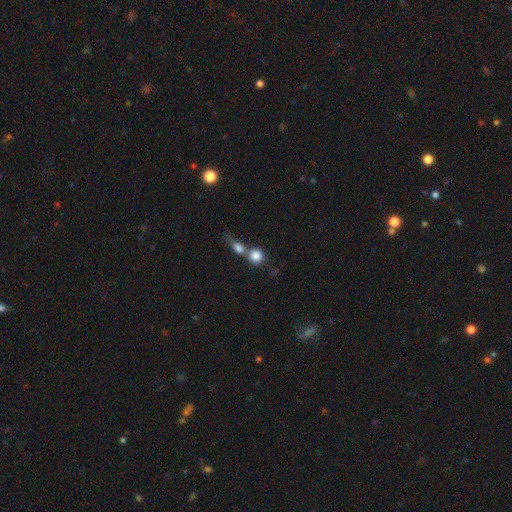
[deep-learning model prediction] A smooth galaxy with no disk features (82%) that is round (85%).

Vote fractions:
- Smooth or featured? smooth: 82% / featured or disk: 9% / star or artifact: 9%
- How rounded? round: 85% / in between: 13% / cigar-shaped: 2%
- Merging? merger: 50% / none: 38% / minor disturbance: 7% / major disturbance: 5%